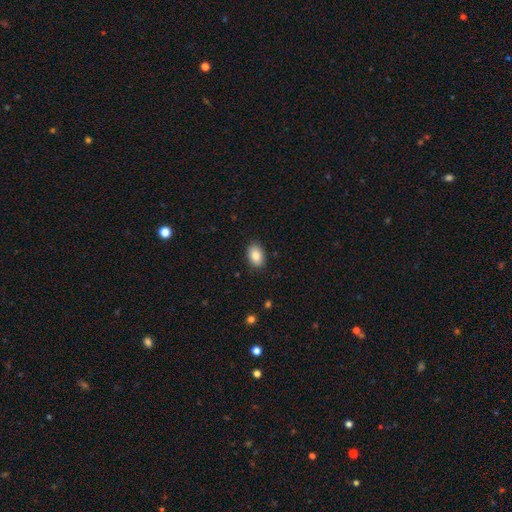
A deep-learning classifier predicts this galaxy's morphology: Smooth or featured: smooth — 86% (star or artifact — 8%)
How rounded: in between — 86% (round — 13%)
Merging: none — 87% (minor disturbance — 10%)